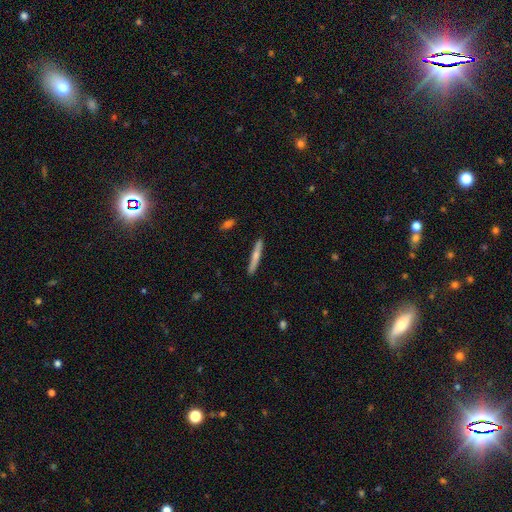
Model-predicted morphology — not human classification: The model was most divided on "smooth or featured": smooth: 57%, featured or disk: 37%, star or artifact: 6%. More confident: how rounded — cigar-shaped (95%); merging — none (88%).